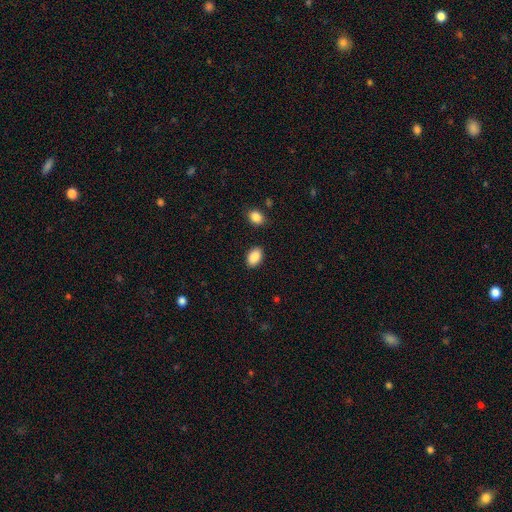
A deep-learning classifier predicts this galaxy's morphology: type=smooth (89%); roundness=in between (87%); merging=none (88%).